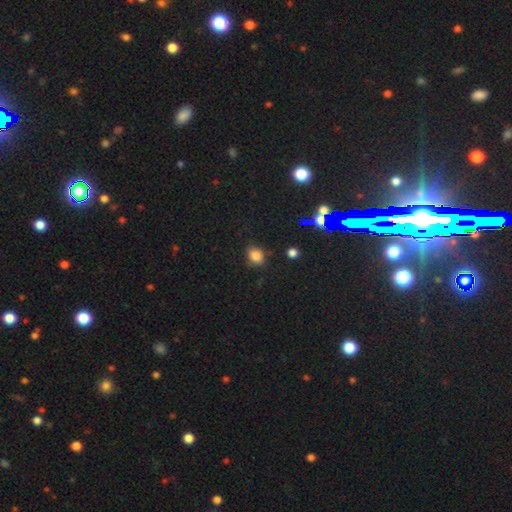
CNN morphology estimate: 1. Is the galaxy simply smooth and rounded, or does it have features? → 80% smooth, 14% star or artifact, 6% featured or disk.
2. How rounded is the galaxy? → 52% in between, 47% round, 1% cigar-shaped.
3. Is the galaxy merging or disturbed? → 77% none, 17% minor disturbance, 4% major disturbance, 2% merger.